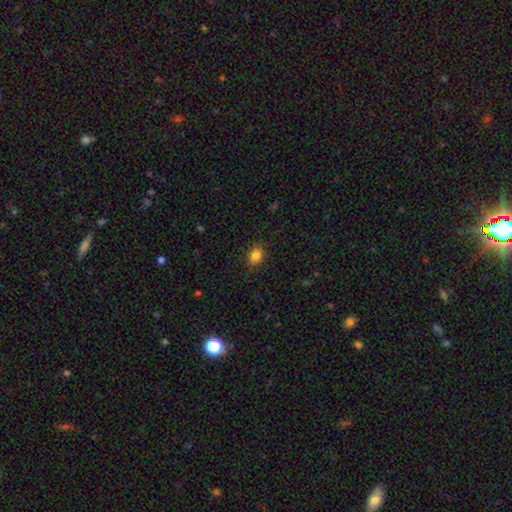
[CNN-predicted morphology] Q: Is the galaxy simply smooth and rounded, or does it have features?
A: smooth — 85%.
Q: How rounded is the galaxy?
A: in between — 67%.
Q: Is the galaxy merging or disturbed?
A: none — 85%.